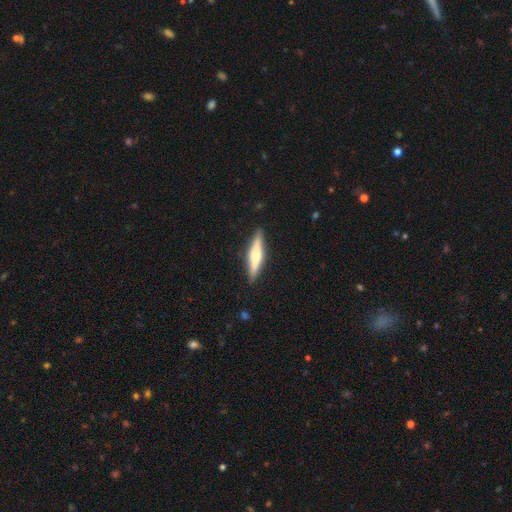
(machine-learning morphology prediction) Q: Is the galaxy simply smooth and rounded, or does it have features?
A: featured or disk — 53%.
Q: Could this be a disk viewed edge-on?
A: yes — 95%.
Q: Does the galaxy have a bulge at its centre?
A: rounded — 80%.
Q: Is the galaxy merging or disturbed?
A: none — 89%.